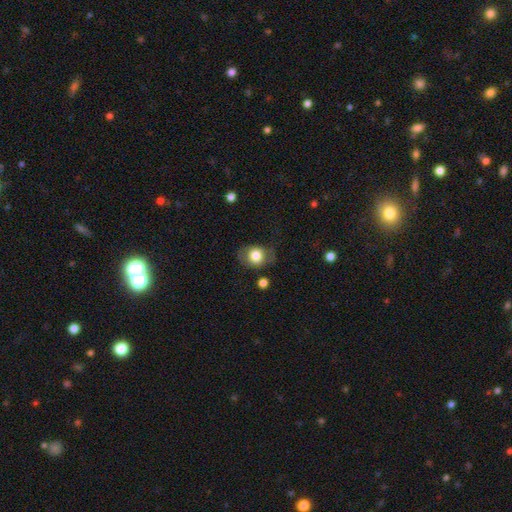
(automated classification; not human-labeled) Smooth or featured? Predicted: smooth (p=0.75). How rounded? Predicted: round (p=0.58). Merging? Predicted: none (p=0.62).